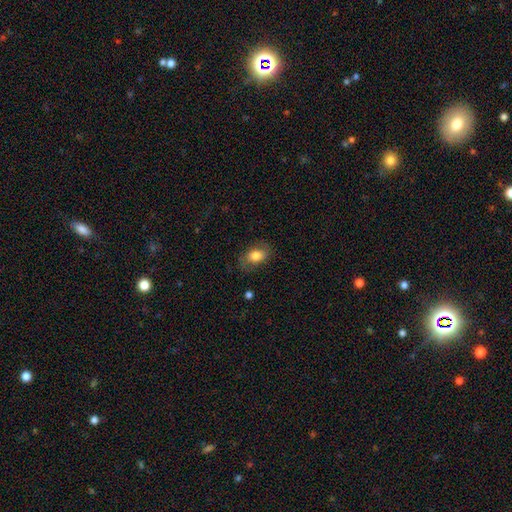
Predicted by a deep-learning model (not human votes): Smooth or featured? smooth (75%)
How rounded? in between (83%)
Merging? none (73%)